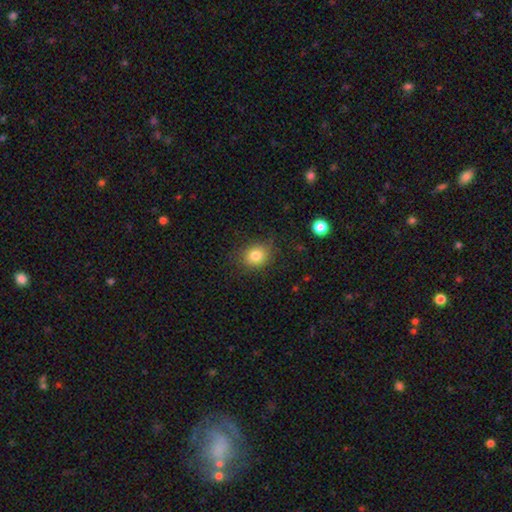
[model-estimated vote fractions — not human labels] This appears to be a smooth galaxy with no disk features (81%) that is round (69%). Merging: none (80%).